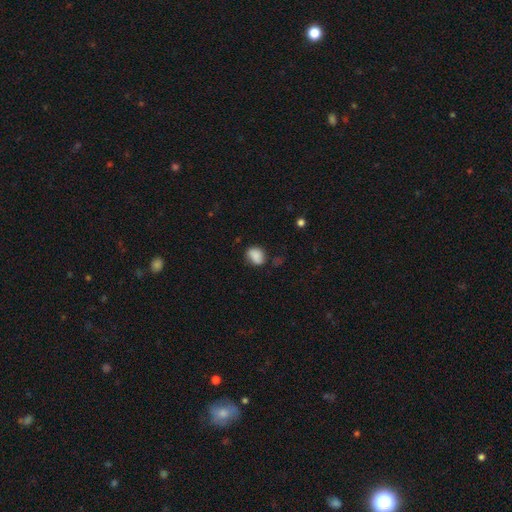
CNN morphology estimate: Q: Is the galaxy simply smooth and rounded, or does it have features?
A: smooth — 85%.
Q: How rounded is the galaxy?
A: in between — 64%.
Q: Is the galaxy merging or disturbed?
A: none — 64%.